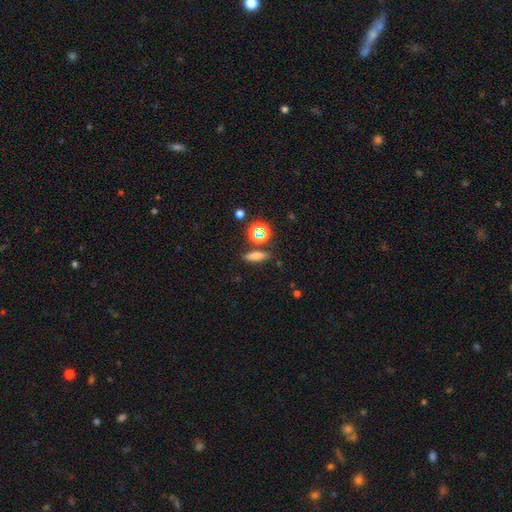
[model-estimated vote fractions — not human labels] Smooth or featured? smooth (66%)
How rounded? cigar-shaped (57%)
Merging? none (80%)